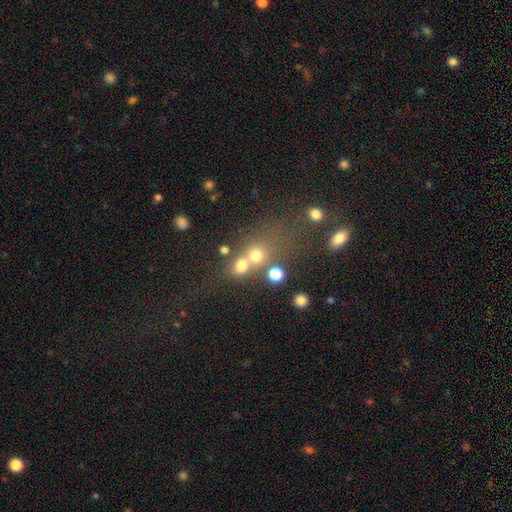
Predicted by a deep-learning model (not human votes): A smooth galaxy with no disk features (67%) that is round (72%).

Vote fractions:
- Smooth or featured? smooth: 67% / star or artifact: 18% / featured or disk: 14%
- How rounded? round: 72% / in between: 26% / cigar-shaped: 2%
- Merging? merger: 48% / none: 37% / minor disturbance: 8% / major disturbance: 7%